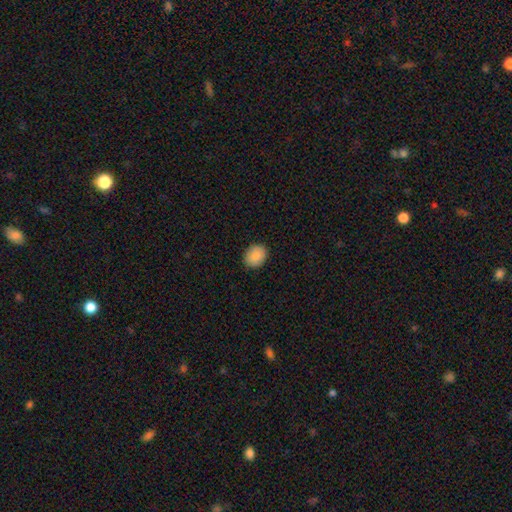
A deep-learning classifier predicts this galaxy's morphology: Overall: smooth (87%). How rounded: in between (52%; round 47%). Merging: none (89%).